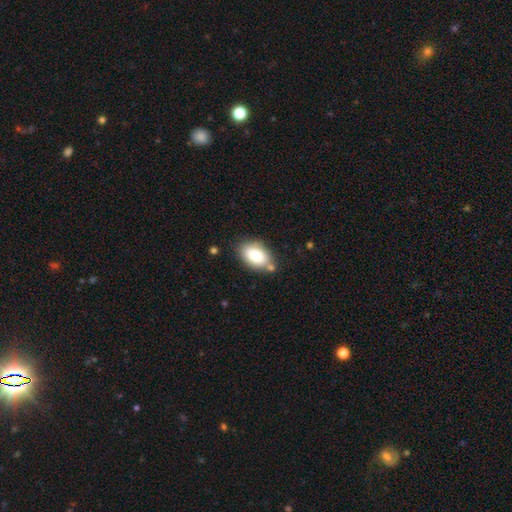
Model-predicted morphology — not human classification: This appears to be a smooth galaxy with no disk features (84%) that is in between round and cigar-shaped (90%). Merging: none (72%).